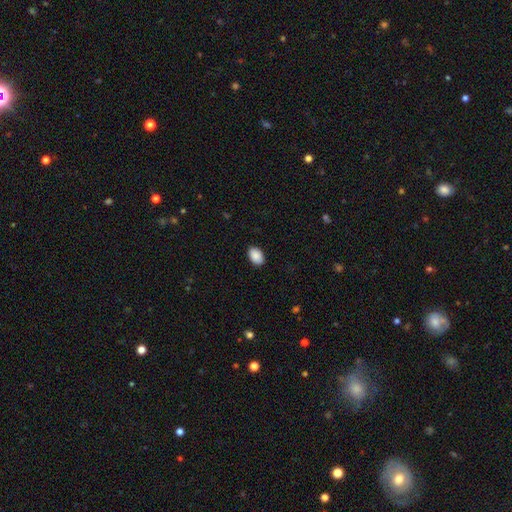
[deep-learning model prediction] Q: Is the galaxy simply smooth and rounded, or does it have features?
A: smooth — 90%.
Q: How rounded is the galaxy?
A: in between — 88%.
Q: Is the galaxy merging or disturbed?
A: none — 89%.